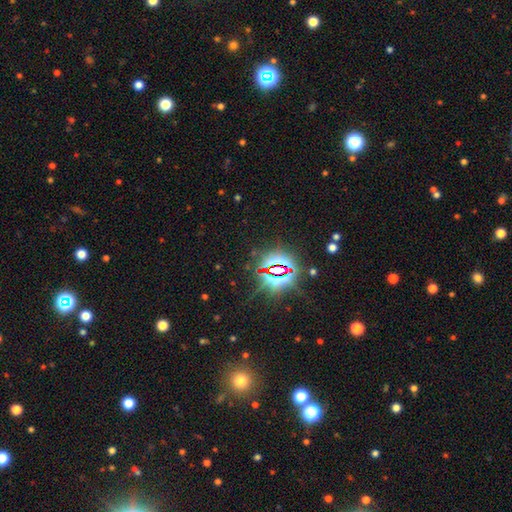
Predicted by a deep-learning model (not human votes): The model was most divided on "smooth or featured": star or artifact: 81%, smooth: 11%, featured or disk: 7%.